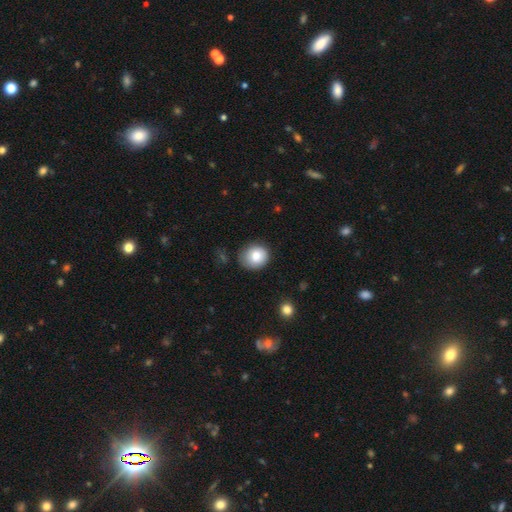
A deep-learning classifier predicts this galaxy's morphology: smooth 83%, featured or disk 9%, star or artifact 9%. Down the decision tree: how rounded — round (79%); merging — none (80%).